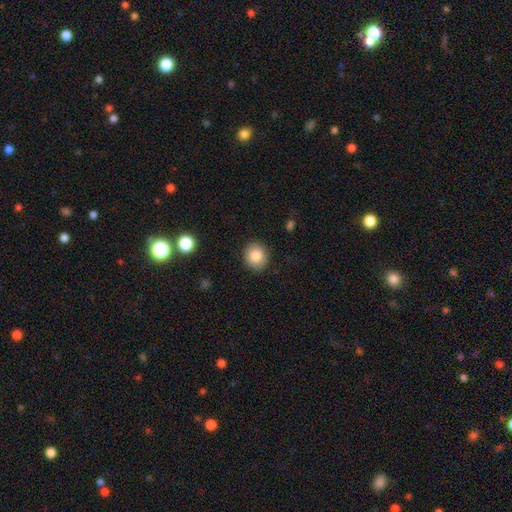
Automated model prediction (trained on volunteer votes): A smooth galaxy with no disk features (86%) that is round (78%).

Vote fractions:
- Smooth or featured? smooth: 86% / star or artifact: 8% / featured or disk: 6%
- How rounded? round: 78% / in between: 21% / cigar-shaped: 1%
- Merging? none: 89% / minor disturbance: 8% / major disturbance: 2% / merger: 1%